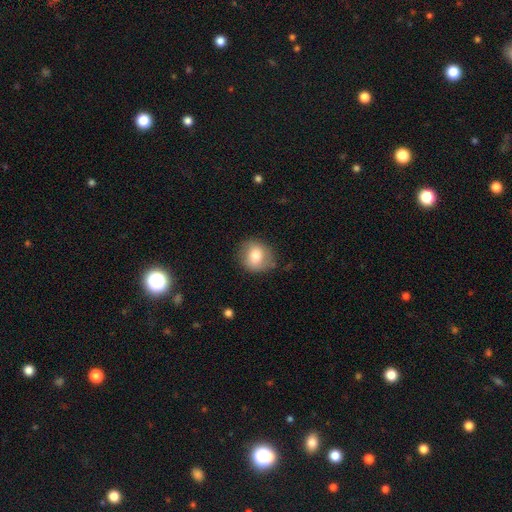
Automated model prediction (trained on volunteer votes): A smooth galaxy with no disk features (76%) that is round (79%).

Vote fractions:
- Smooth or featured? smooth: 76% / featured or disk: 16% / star or artifact: 8%
- How rounded? round: 79% / in between: 20% / cigar-shaped: 1%
- Merging? none: 78% / minor disturbance: 16% / major disturbance: 4% / merger: 2%